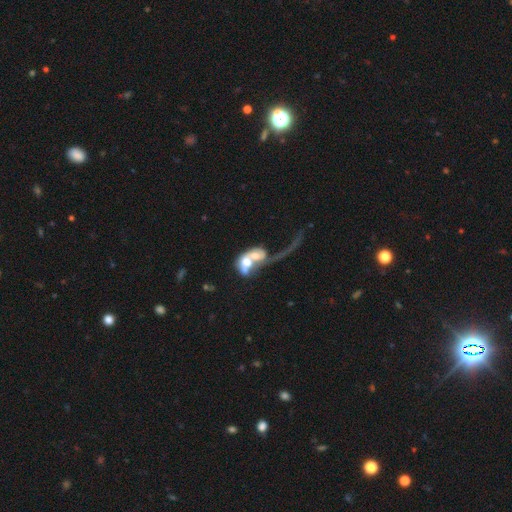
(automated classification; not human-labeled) featured or disk 55%, smooth 36%, star or artifact 9%. Down the decision tree: edge-on disk — no (94%); bar — no (74%); spiral arms — no (50%, tied with yes); bulge size — moderate (38%); merging — merger (70%).